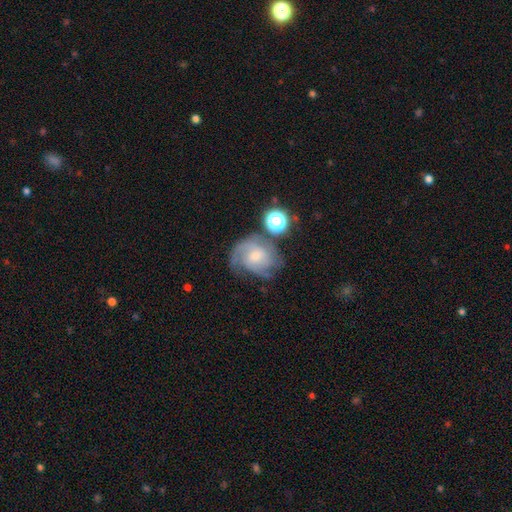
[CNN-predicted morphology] Smooth or featured? featured or disk (72%)
Edge-on disk? no (98%)
Bar? no (64%)
Spiral arms? yes (92%)
Spiral winding? tight (44%)
Spiral arm count? 2 (33%)
Bulge size? small (43%)
Merging? none (51%)